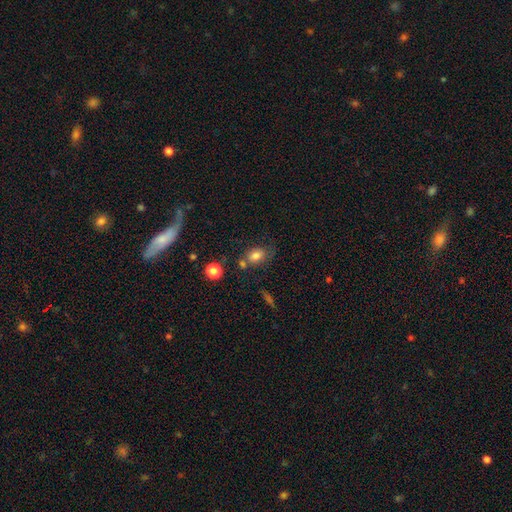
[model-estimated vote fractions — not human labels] Smooth or featured: smooth — 79% (star or artifact — 11%)
How rounded: in between — 69% (round — 29%)
Merging: none — 54% (minor disturbance — 20%)